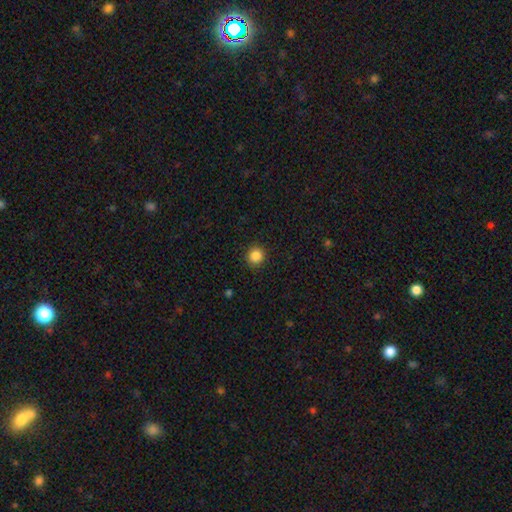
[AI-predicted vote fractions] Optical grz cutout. It shows a smooth galaxy with no disk features (86%) that is round (91%). Merging: none (91%).